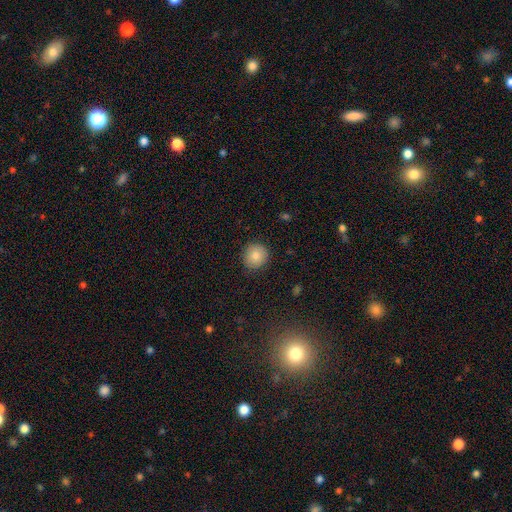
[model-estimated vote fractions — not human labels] Overall: smooth (82%). How rounded: round (92%). Merging: none (88%).